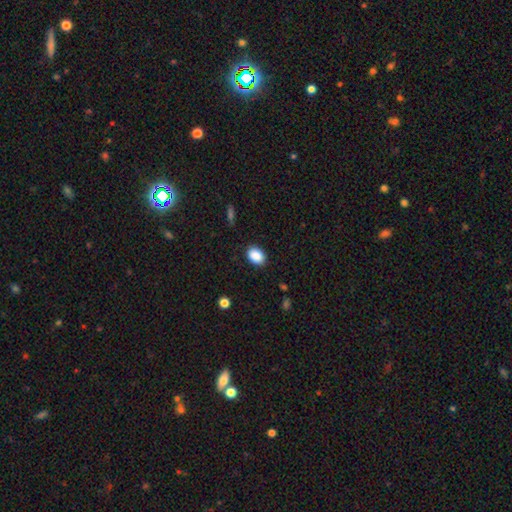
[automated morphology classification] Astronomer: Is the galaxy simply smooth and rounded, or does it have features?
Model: smooth — 89%.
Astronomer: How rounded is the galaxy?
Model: in between — 78%.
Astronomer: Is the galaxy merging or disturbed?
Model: none — 88%.